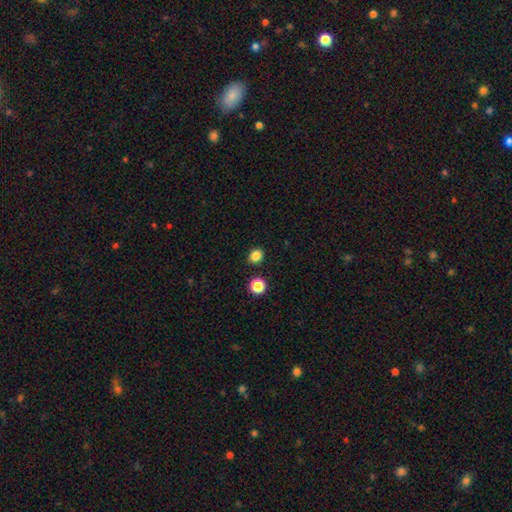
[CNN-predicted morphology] This appears to be a smooth galaxy with no disk features (84%) that is round (67%). Merging: none (88%).